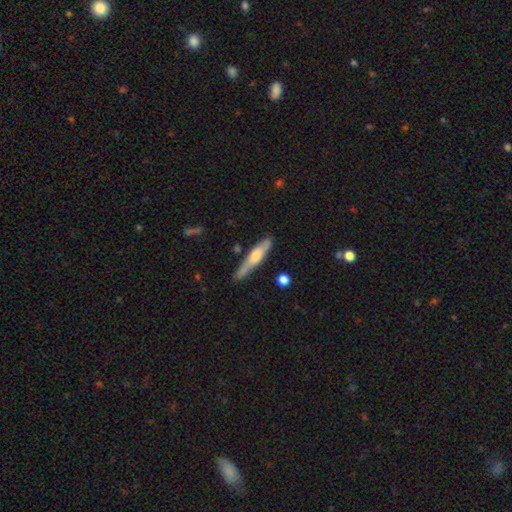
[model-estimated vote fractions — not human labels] smooth_or_featured: featured or disk (p=0.49) [alt: smooth p=0.46]
merging: none (p=0.81) [alt: minor disturbance p=0.14]